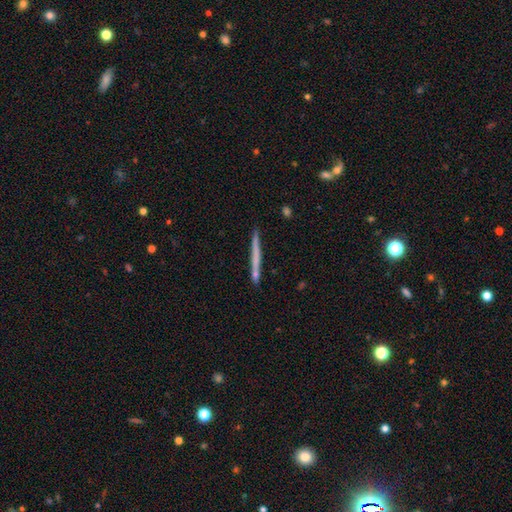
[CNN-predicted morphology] smooth_or_featured: smooth (p=0.54) [alt: featured or disk p=0.40]
how_rounded: cigar-shaped (p=0.97) [alt: in between p=0.02]
merging: none (p=0.82) [alt: minor disturbance p=0.10]